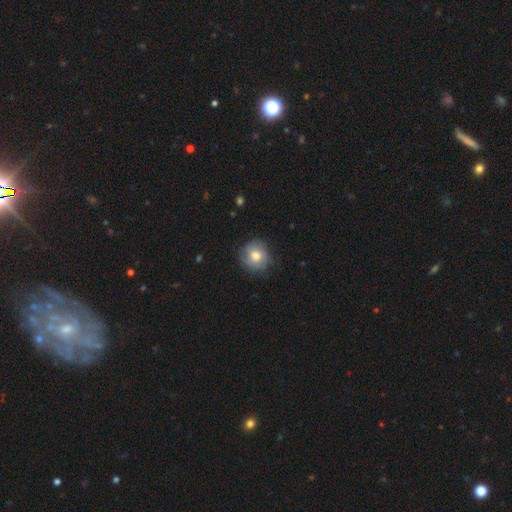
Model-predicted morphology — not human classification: type=smooth (66%); roundness=round (87%); merging=none (78%).